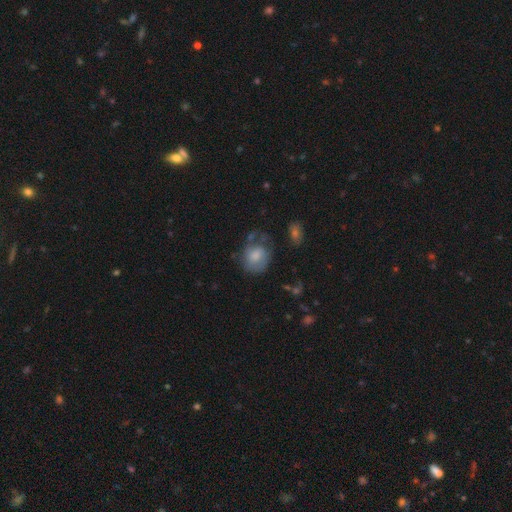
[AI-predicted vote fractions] This appears to be a smooth galaxy with no disk features (67%) that is round (57%). Merging: none (43%).